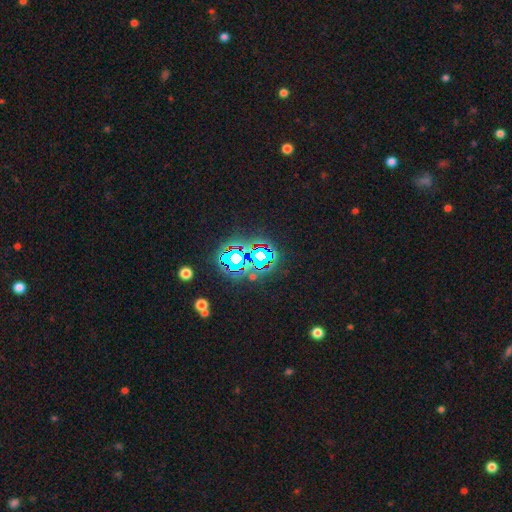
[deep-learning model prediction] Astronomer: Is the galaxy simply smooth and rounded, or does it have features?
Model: star or artifact — 79%.